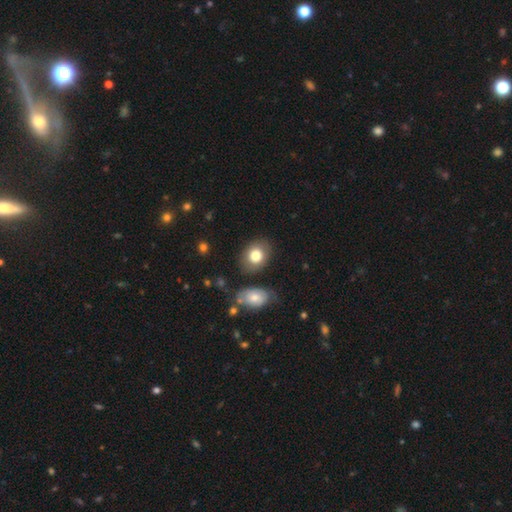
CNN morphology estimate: Smooth or featured?
  - smooth: 78% *
  - featured or disk: 14%
  - star or artifact: 8%
How rounded?
  - in between: 64% *
  - round: 35%
  - cigar-shaped: 1%
Merging?
  - none: 78% *
  - minor disturbance: 13%
  - merger: 5%
  - major disturbance: 4%